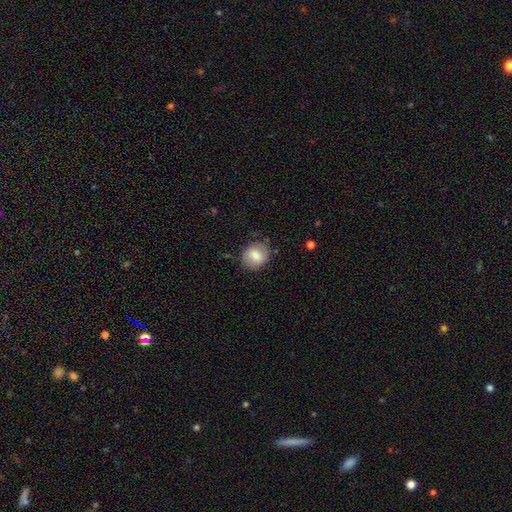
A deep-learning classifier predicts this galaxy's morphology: This appears to be a smooth galaxy with no disk features (80%) that is round (73%). Merging: none (77%).